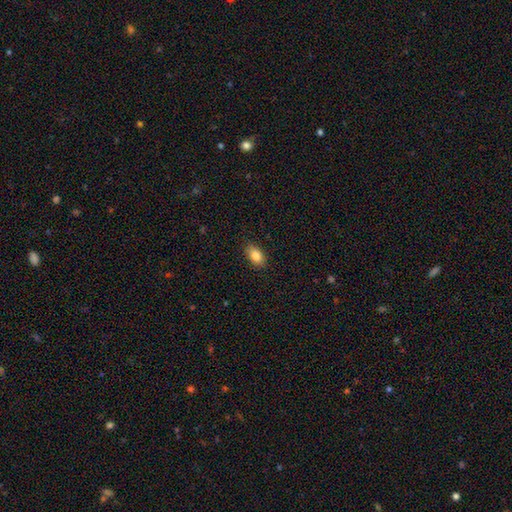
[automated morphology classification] Smooth or featured? smooth (84%)
How rounded? in between (90%)
Merging? none (87%)